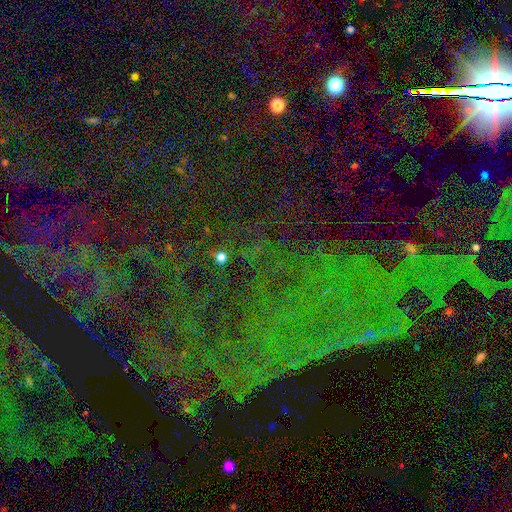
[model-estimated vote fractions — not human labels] Smooth or featured? star or artifact (81%)